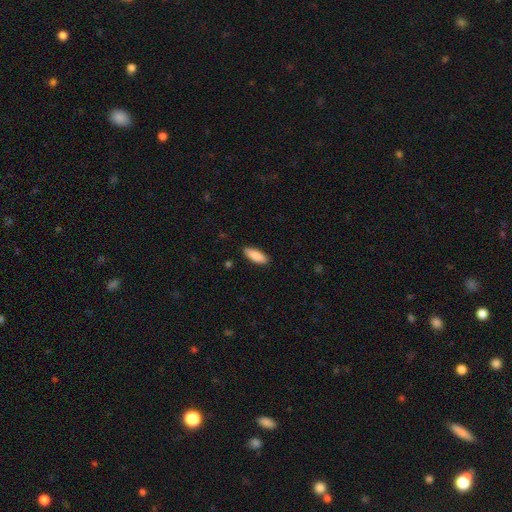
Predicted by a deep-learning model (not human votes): A smooth galaxy with no disk features (89%) that is in between round and cigar-shaped (69%). Merging: none (88%).